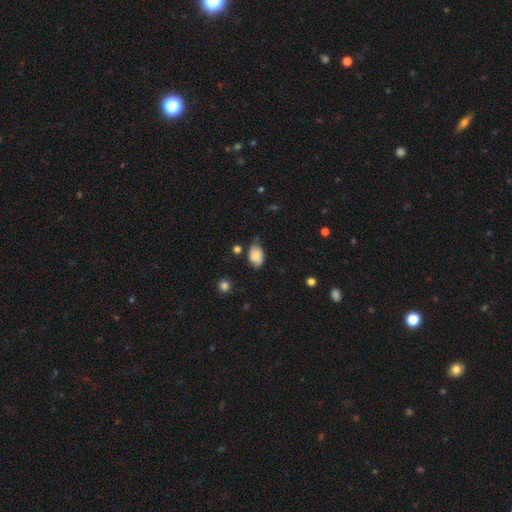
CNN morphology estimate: Smooth or featured? Predicted: smooth (p=0.72). How rounded? Predicted: in between (p=0.85). Merging? Predicted: none (p=0.53).